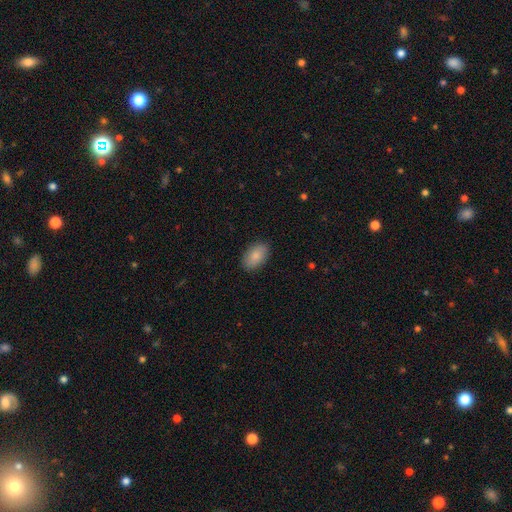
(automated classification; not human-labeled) This is clearly a smooth galaxy (86%). How rounded: clearly in between (93%). Merging: clearly none (88%).